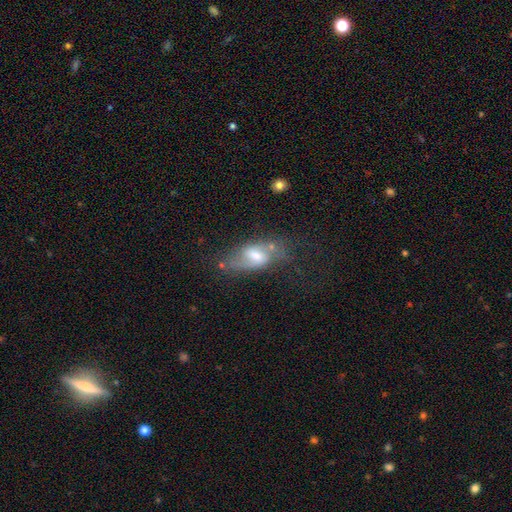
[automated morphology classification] This appears to be a featured or disk galaxy (63%) with a weak bar (51%), spiral arms (72%) and a moderate central bulge (53%). Merging: none (49%).